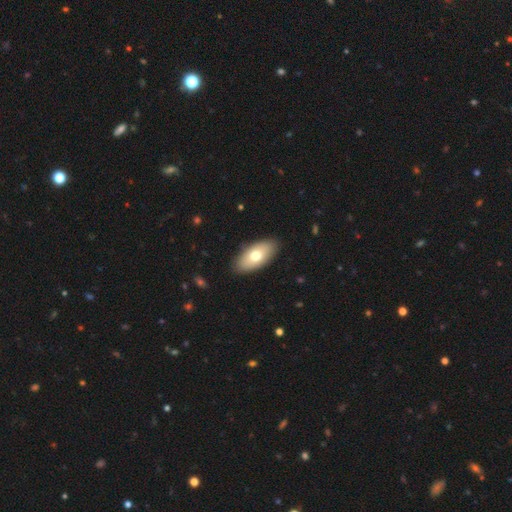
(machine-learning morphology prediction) This is likely a smooth galaxy (69%). How rounded: clearly in between (91%). Merging: clearly none (88%).